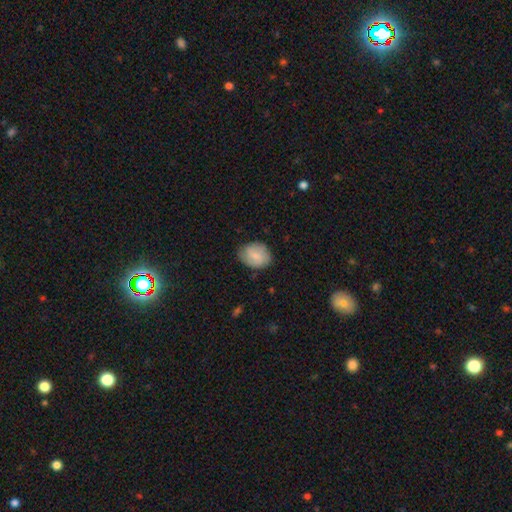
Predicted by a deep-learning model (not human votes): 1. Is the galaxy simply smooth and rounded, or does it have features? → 66% smooth, 28% featured or disk, 6% star or artifact.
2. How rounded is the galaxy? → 56% in between, 43% round, 1% cigar-shaped.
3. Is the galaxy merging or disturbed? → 72% none, 22% minor disturbance, 4% major disturbance, 1% merger.